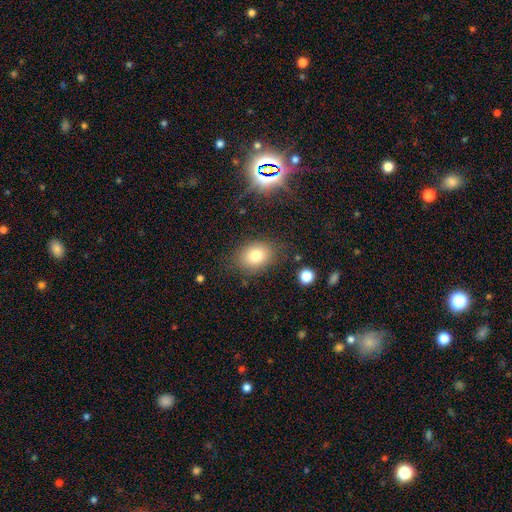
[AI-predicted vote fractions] Smooth or featured?
  - smooth: 79% *
  - star or artifact: 11%
  - featured or disk: 10%
How rounded?
  - in between: 63% *
  - round: 36%
  - cigar-shaped: 1%
Merging?
  - none: 79% *
  - minor disturbance: 14%
  - major disturbance: 5%
  - merger: 2%